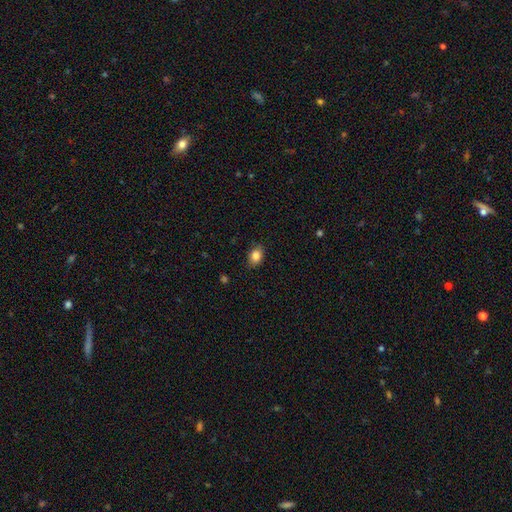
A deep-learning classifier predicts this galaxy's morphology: This appears to be a smooth galaxy with no disk features (85%) that is in between round and cigar-shaped (72%). Merging: none (84%).